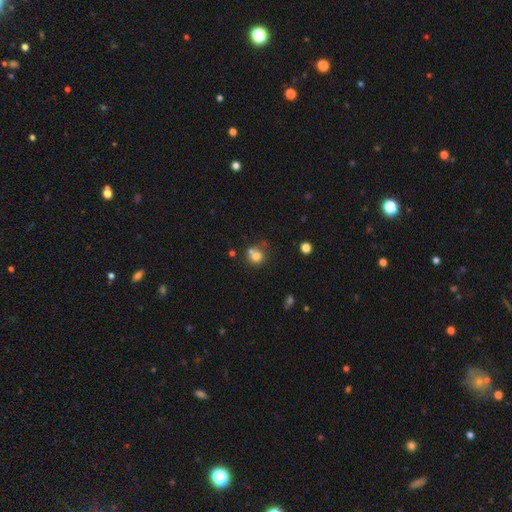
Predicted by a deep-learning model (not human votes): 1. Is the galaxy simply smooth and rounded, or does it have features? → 75% smooth, 13% star or artifact, 12% featured or disk.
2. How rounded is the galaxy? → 86% round, 13% in between, 1% cigar-shaped.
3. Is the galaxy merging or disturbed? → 52% none, 33% merger, 11% minor disturbance, 5% major disturbance.